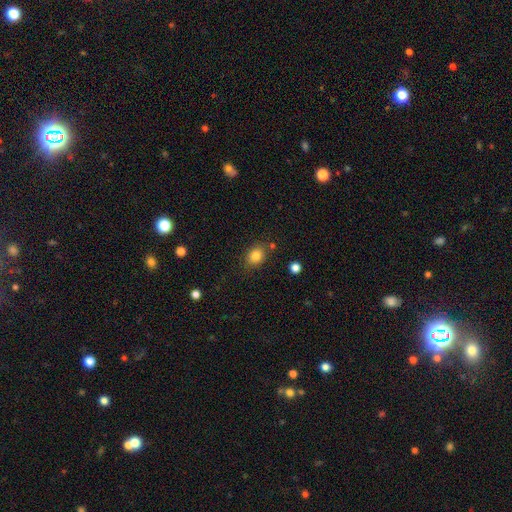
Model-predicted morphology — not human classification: The model was most divided on "how rounded": in between: 51%, round: 48%, cigar-shaped: 1%. More confident: smooth or featured — smooth (84%); merging — none (78%).